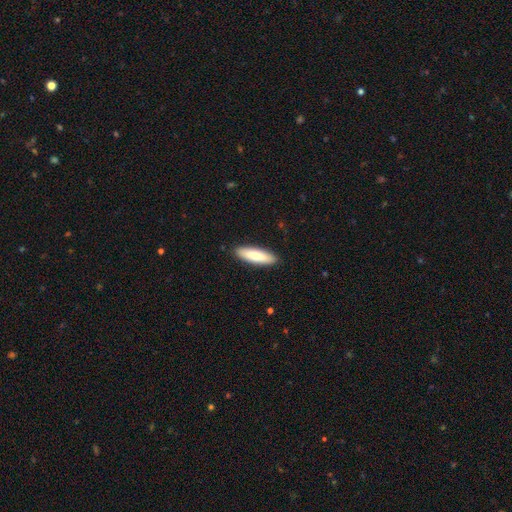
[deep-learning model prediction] This appears to be a smooth galaxy with no disk features (78%) that is cigar-shaped (60%). Merging: none (89%).